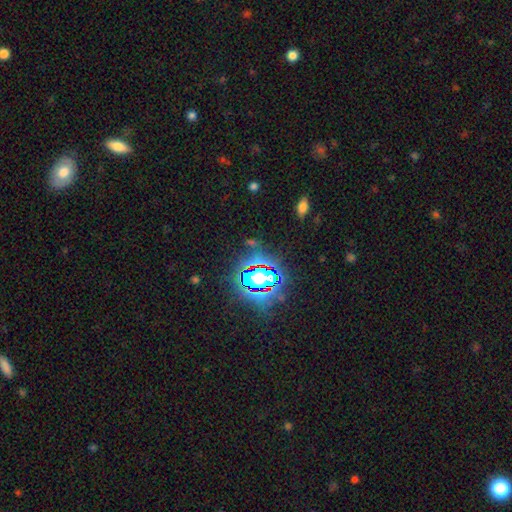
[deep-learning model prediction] star or artifact 76%, smooth 16%, featured or disk 9%.